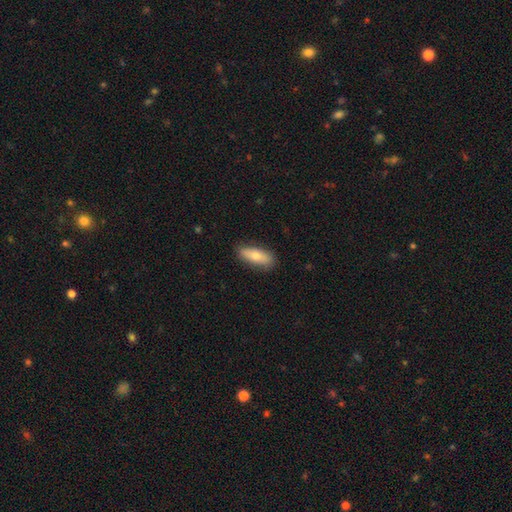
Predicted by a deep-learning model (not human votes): smooth 72%, featured or disk 22%, star or artifact 6%. Down the decision tree: how rounded — in between (69%); merging — none (84%).